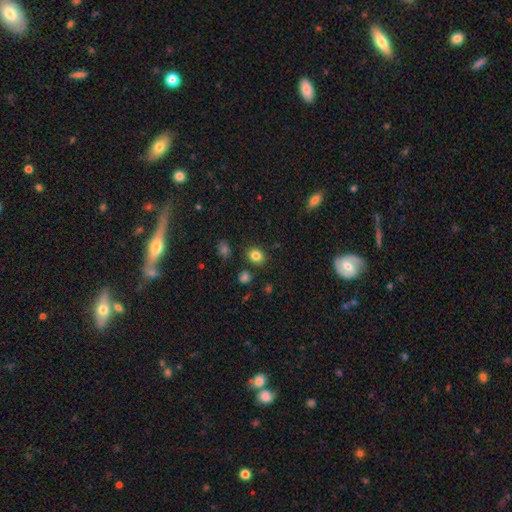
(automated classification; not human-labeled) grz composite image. It shows a smooth galaxy with no disk features (82%) that is round (66%). Merging: none (84%).